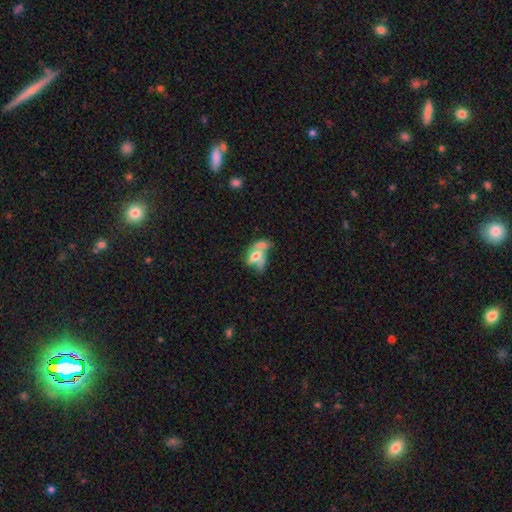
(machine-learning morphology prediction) smooth_or_featured: smooth (p=0.49) [alt: featured or disk p=0.41]
merging: merger (p=0.59) [alt: none p=0.16]